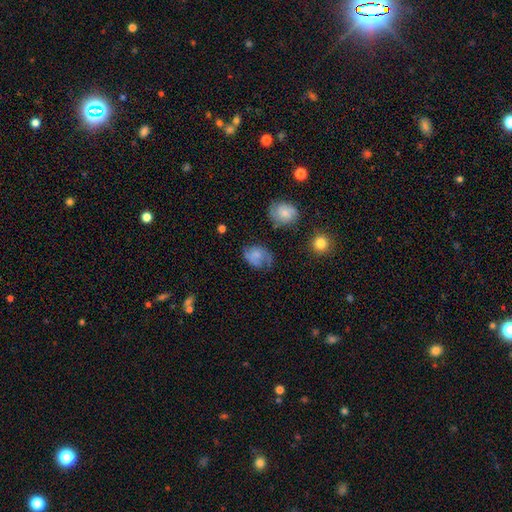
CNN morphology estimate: Q: Smooth or featured?
A: smooth (58%); runner-up: featured or disk (32%)
Q: How rounded?
A: in between (58%); runner-up: round (41%)
Q: Merging?
A: none (44%); runner-up: minor disturbance (30%)